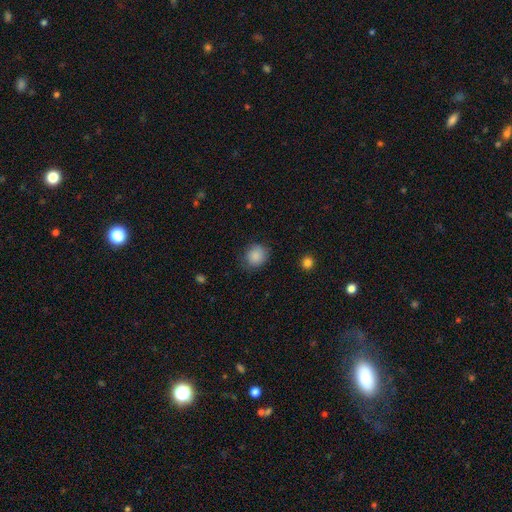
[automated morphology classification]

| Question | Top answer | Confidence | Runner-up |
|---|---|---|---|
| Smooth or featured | smooth | 87% | star or artifact (9%) |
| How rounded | round | 74% | in between (25%) |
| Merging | none | 80% | minor disturbance (15%) |